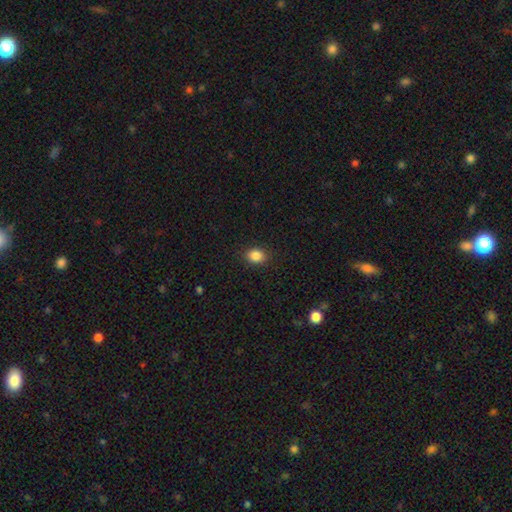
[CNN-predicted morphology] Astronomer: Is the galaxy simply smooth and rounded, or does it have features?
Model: smooth — 86%.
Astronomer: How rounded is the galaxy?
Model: round — 54% (runner-up: in between, 45%).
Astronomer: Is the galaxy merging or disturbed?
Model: none — 89%.